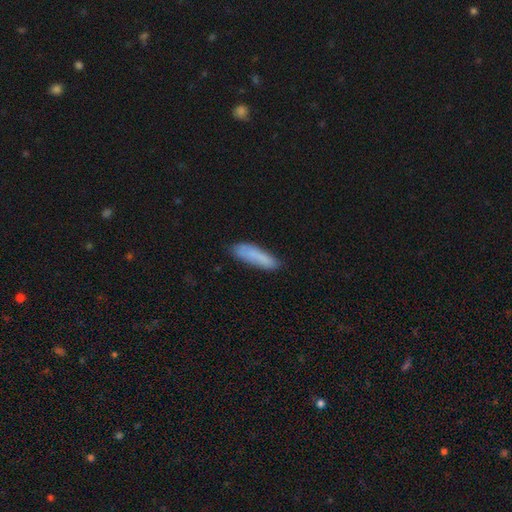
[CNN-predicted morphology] A smooth galaxy with no disk features (78%) that is cigar-shaped (66%).

Vote fractions:
- Smooth or featured? smooth: 78% / featured or disk: 15% / star or artifact: 7%
- How rounded? cigar-shaped: 66% / in between: 32% / round: 2%
- Merging? none: 73% / minor disturbance: 20% / major disturbance: 5% / merger: 2%